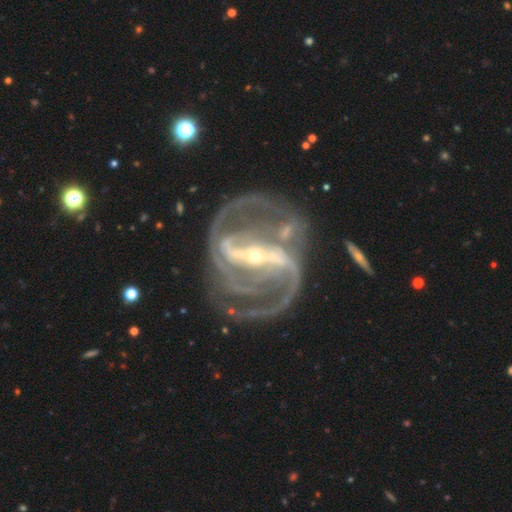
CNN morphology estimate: Smooth or featured? Predicted: featured or disk (p=0.92). Edge-on disk? Predicted: no (p=0.97). Bar? Predicted: strong (p=0.84). Spiral arms? Predicted: yes (p=0.97). Spiral winding? Predicted: medium (p=0.51). Spiral arm count? Predicted: 2 (p=0.61). Bulge size? Predicted: small (p=0.83). Merging? Predicted: none (p=0.58).